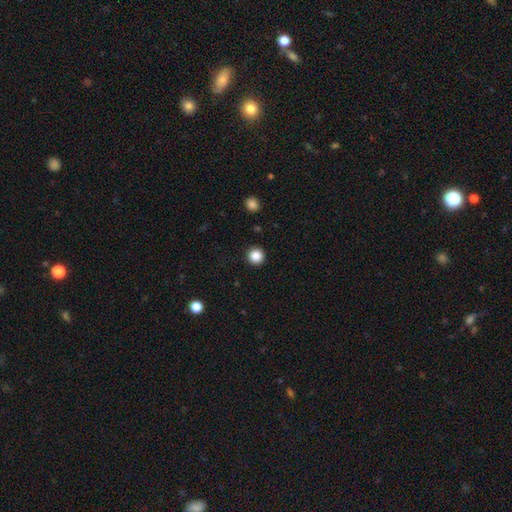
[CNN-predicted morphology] This is clearly a smooth galaxy (86%). How rounded: clearly round (95%). Merging: clearly none (93%).